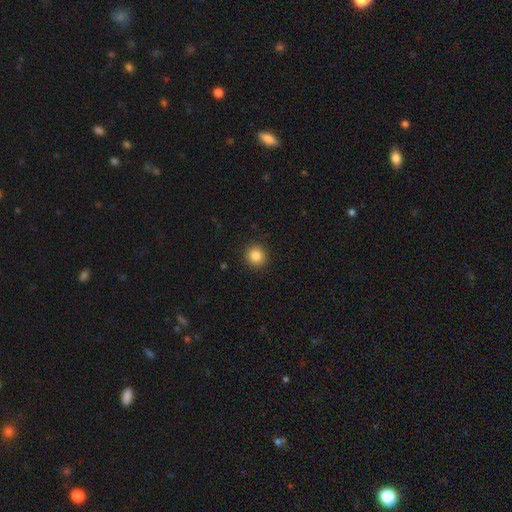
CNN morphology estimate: This is clearly a smooth galaxy (85%). How rounded: clearly round (89%). Merging: clearly none (92%).